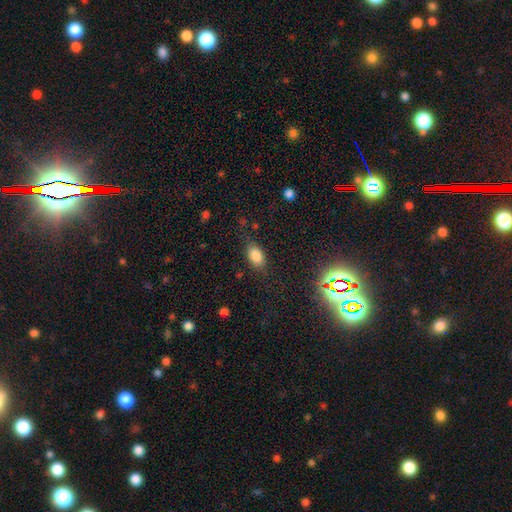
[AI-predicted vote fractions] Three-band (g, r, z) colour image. It shows a smooth galaxy with no disk features (83%) that is in between round and cigar-shaped (88%). Merging: none (79%).